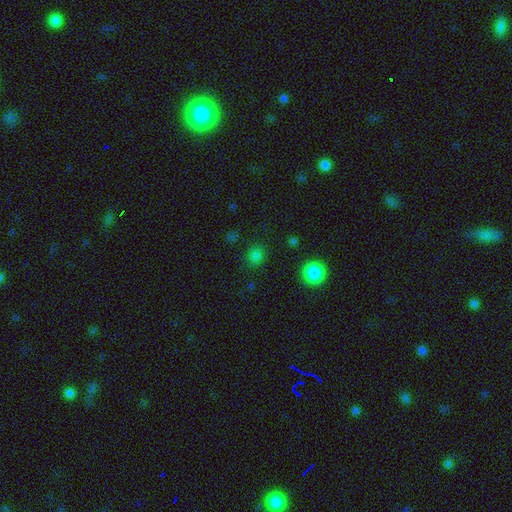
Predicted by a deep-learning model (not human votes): Morphology: type=smooth (79%); roundness=round (83%); merging=none (86%).